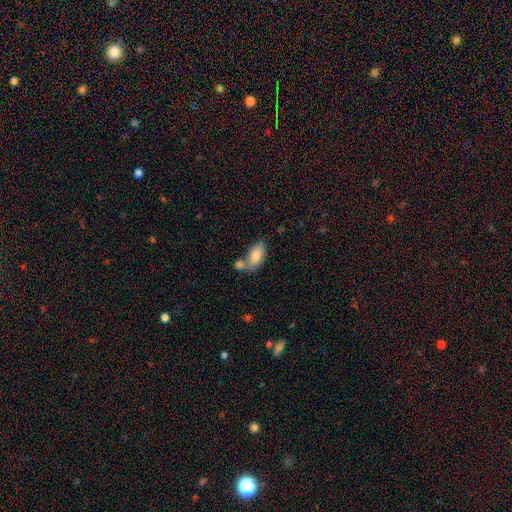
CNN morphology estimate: Overall: smooth (80%). How rounded: in between (92%). Merging: none (43%; merger 38%).